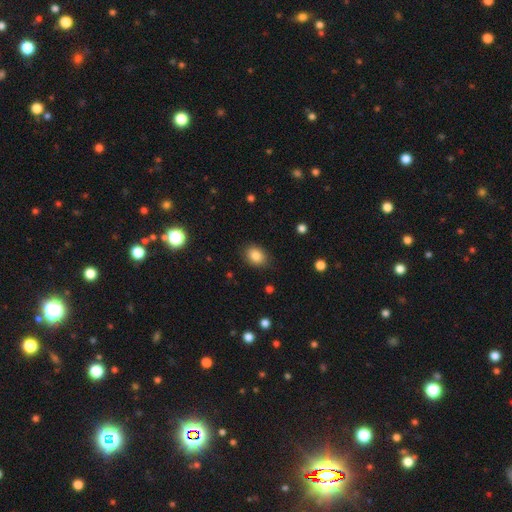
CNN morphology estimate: Smooth or featured? Predicted: smooth (p=0.85). How rounded? Predicted: in between (p=0.57). Merging? Predicted: none (p=0.84).